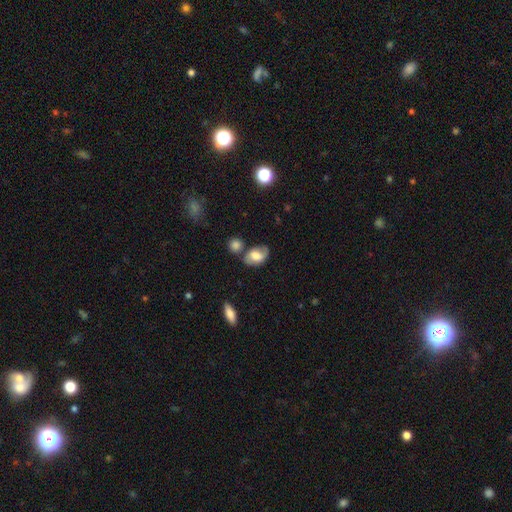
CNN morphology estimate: This appears to be a smooth galaxy with no disk features (58%) that is in between round and cigar-shaped (87%). Merging: none (57%).